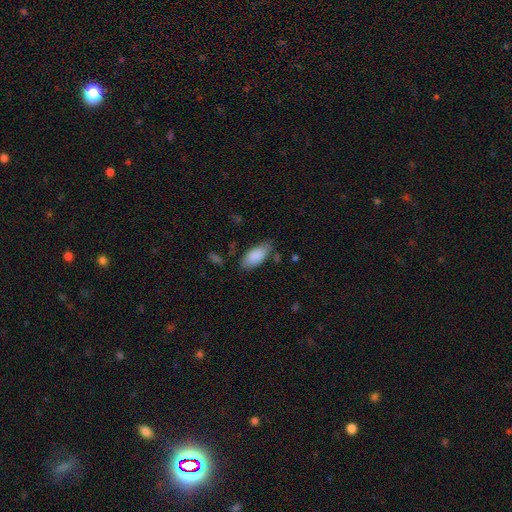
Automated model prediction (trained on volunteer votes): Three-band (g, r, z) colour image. It shows a smooth galaxy with no disk features (88%) that is in between round and cigar-shaped (91%). Merging: none (76%).